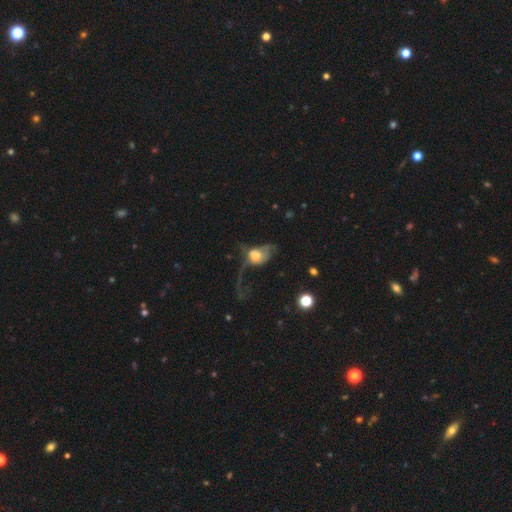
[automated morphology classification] type=smooth (52%); roundness=in between (55%); merging=major disturbance (66%).